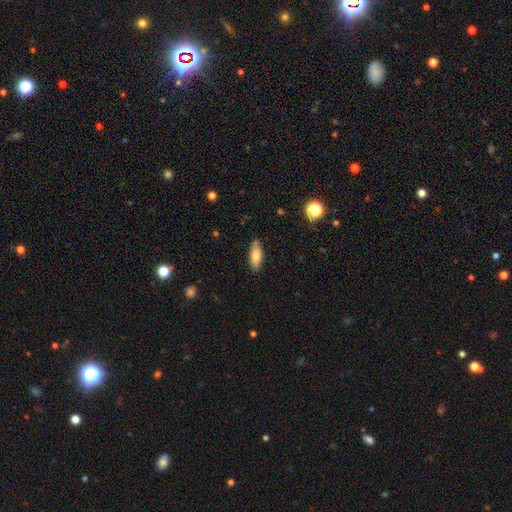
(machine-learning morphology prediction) Smooth or featured? Predicted: smooth (p=0.75). How rounded? Predicted: in between (p=0.69). Merging? Predicted: none (p=0.82).